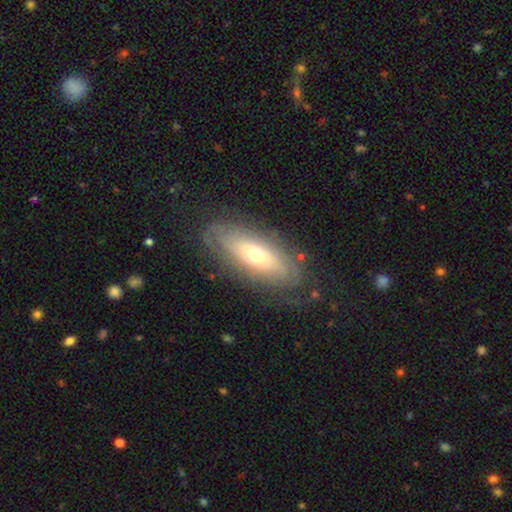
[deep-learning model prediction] Smooth or featured?
  - featured or disk: 61% *
  - smooth: 32%
  - star or artifact: 7%
Edge-on disk?
  - no: 78% *
  - yes: 22%
Merging?
  - none: 74% *
  - minor disturbance: 17%
  - major disturbance: 7%
  - merger: 1%